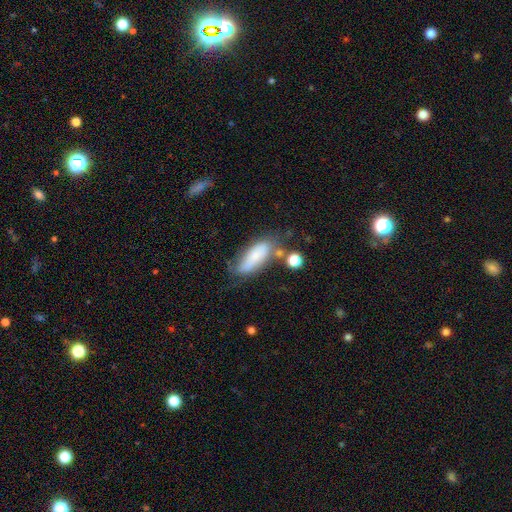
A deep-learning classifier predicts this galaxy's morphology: This appears to be a smooth galaxy with no disk features (71%) that is in between round and cigar-shaped (67%). Merging: none (47%).